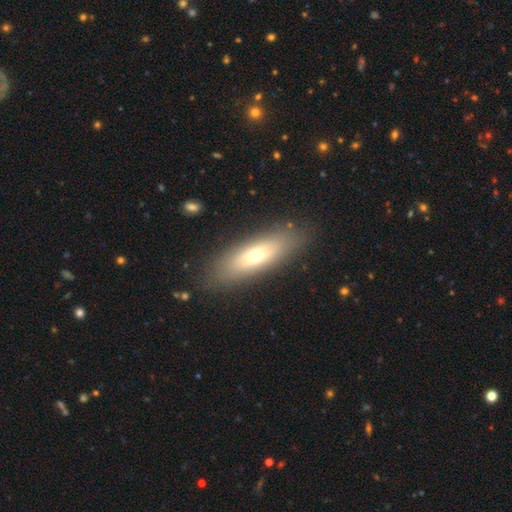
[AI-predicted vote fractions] smooth_or_featured: smooth (p=0.57) [alt: featured or disk p=0.35]
how_rounded: in between (p=0.50) [alt: cigar-shaped p=0.48]
merging: none (p=0.84) [alt: minor disturbance p=0.11]